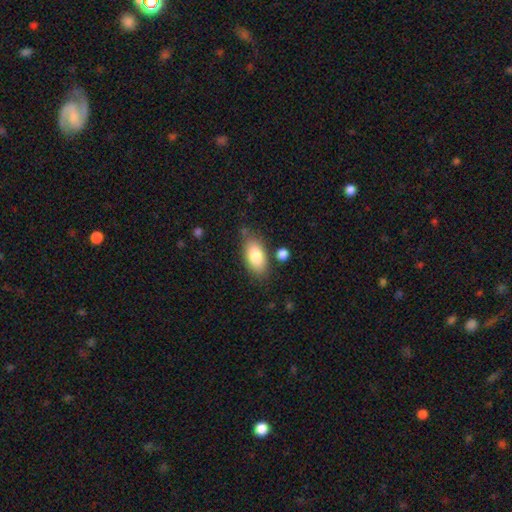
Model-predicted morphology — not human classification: smooth 83%, featured or disk 11%, star or artifact 6%. Down the decision tree: how rounded — in between (91%); merging — none (75%).